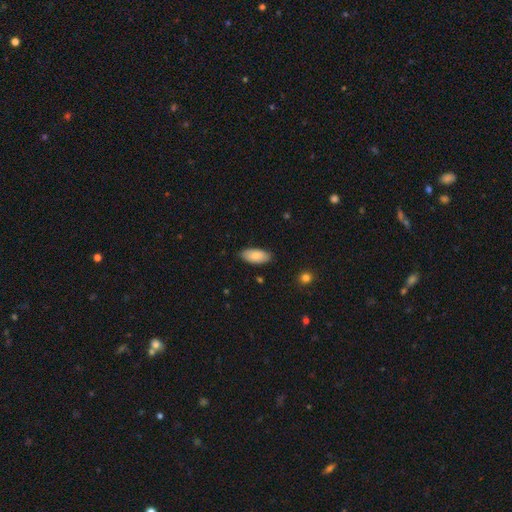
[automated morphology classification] Smooth or featured? smooth (83%)
How rounded? in between (92%)
Merging? none (85%)